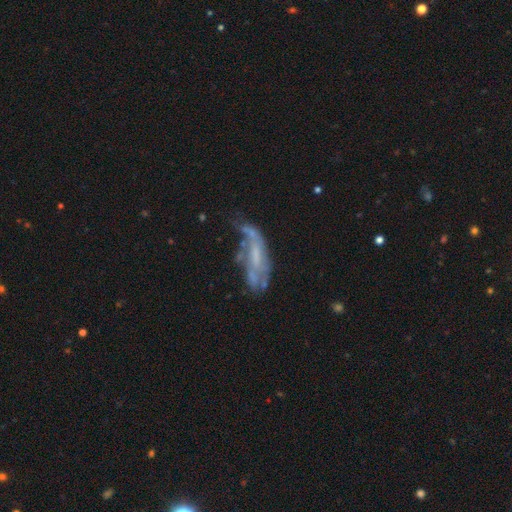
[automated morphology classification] Smooth or featured?
  - featured or disk: 66% *
  - smooth: 24%
  - star or artifact: 10%
Edge-on disk?
  - no: 85% *
  - yes: 15%
Bar?
  - no: 60% *
  - weak: 29%
  - strong: 11%
Spiral arms?
  - no: 52% *
  - yes: 48%
Bulge size?
  - none: 48% *
  - small: 28%
  - moderate: 19%
  - large: 3%
  - dominant: 1%
Merging?
  - none: 34% *
  - major disturbance: 31%
  - minor disturbance: 24%
  - merger: 11%